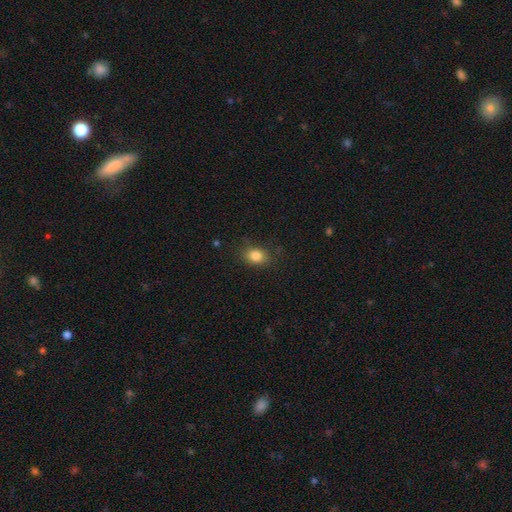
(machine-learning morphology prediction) A smooth galaxy with no disk features (84%) that is in between round and cigar-shaped (58%).

Vote fractions:
- Smooth or featured? smooth: 84% / star or artifact: 10% / featured or disk: 6%
- How rounded? in between: 58% / round: 41% / cigar-shaped: 1%
- Merging? none: 81% / minor disturbance: 13% / major disturbance: 4% / merger: 1%